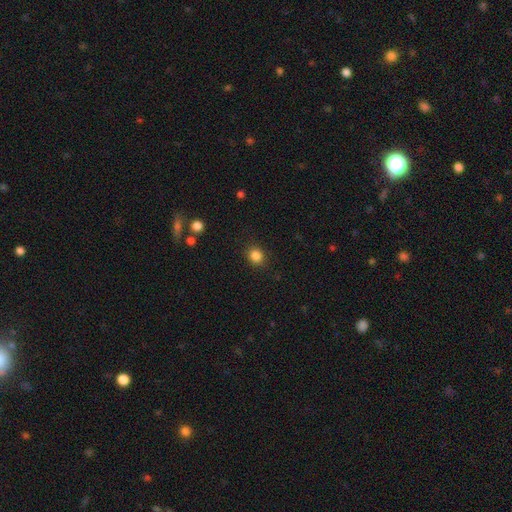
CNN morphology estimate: Overall: smooth (85%). How rounded: round (71%). Merging: none (88%).